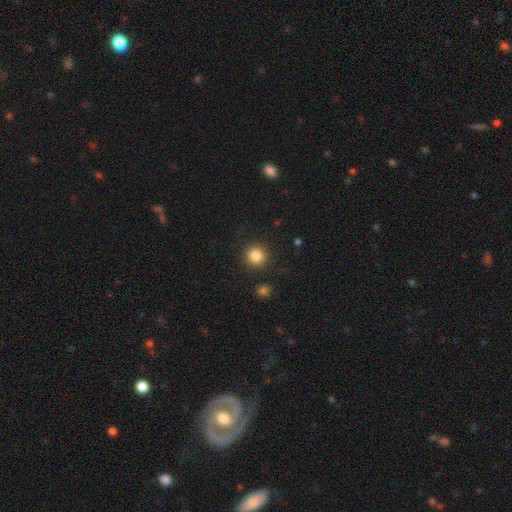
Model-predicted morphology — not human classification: Q: Smooth or featured?
A: smooth (84%); runner-up: star or artifact (11%)
Q: How rounded?
A: round (95%); runner-up: in between (4%)
Q: Merging?
A: none (90%); runner-up: minor disturbance (6%)